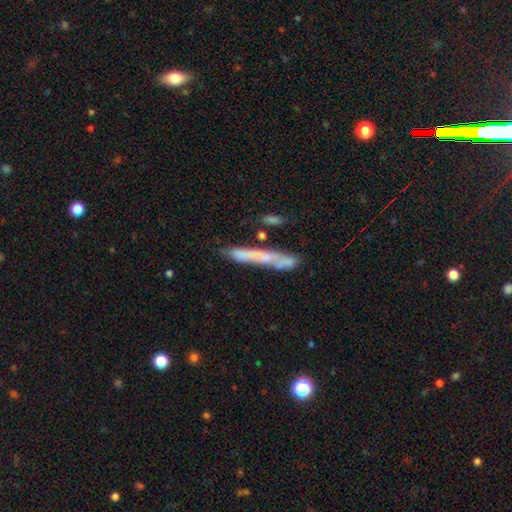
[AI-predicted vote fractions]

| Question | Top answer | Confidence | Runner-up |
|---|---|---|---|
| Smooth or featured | smooth | 46% | tied: featured or disk (46%) |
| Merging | none | 61% | minor disturbance (20%) |